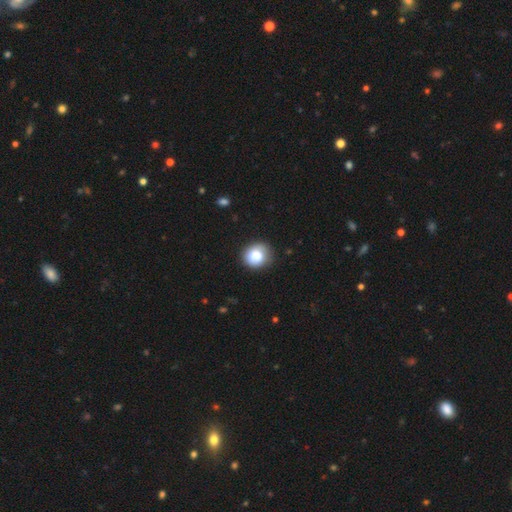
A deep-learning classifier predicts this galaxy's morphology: Q: Smooth or featured?
A: smooth (81%); runner-up: featured or disk (11%)
Q: How rounded?
A: round (81%); runner-up: in between (19%)
Q: Merging?
A: none (70%); runner-up: minor disturbance (21%)